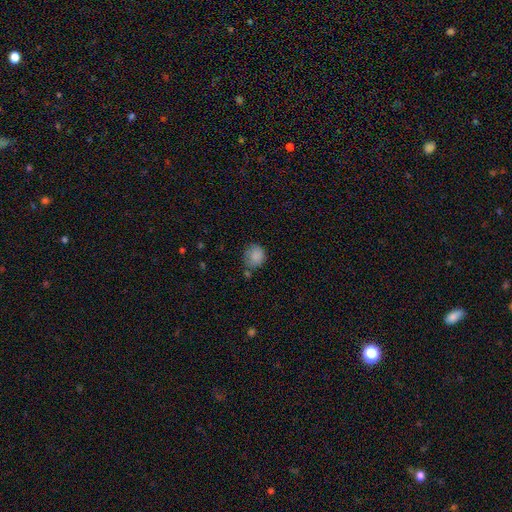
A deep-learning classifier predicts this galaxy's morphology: This is clearly a smooth galaxy (85%). How rounded: likely round (74%). Merging: likely none (60%).